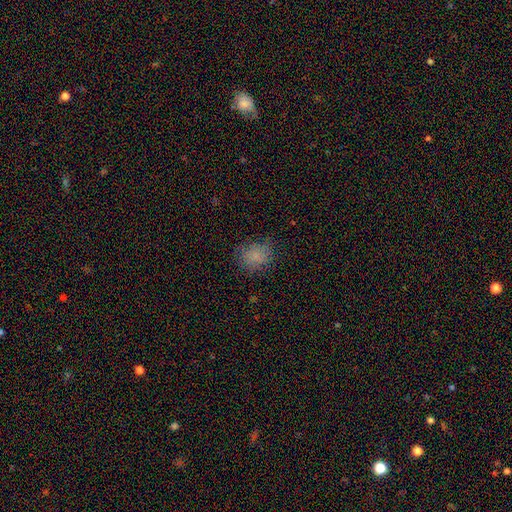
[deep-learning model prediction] A smooth galaxy with no disk features (79%) that is round (70%).

Vote fractions:
- Smooth or featured? smooth: 79% / star or artifact: 13% / featured or disk: 7%
- How rounded? round: 70% / in between: 29% / cigar-shaped: 1%
- Merging? none: 75% / minor disturbance: 18% / major disturbance: 6% / merger: 1%